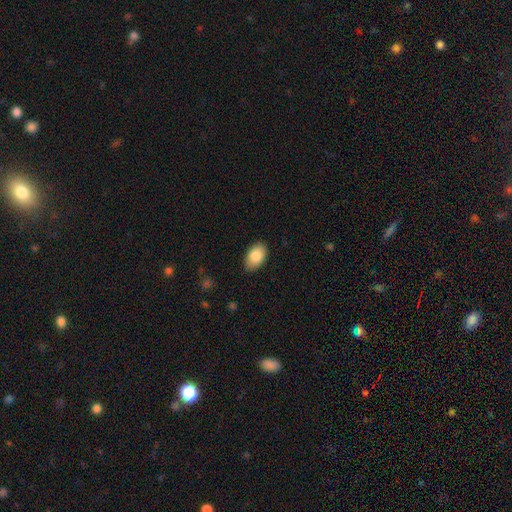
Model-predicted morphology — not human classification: smooth 85%, featured or disk 8%, star or artifact 7%. Down the decision tree: how rounded — in between (91%); merging — none (83%).